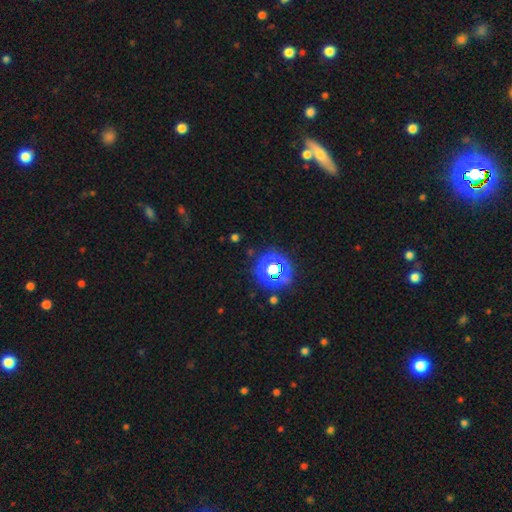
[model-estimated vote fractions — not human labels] Overall: star or artifact (66%).